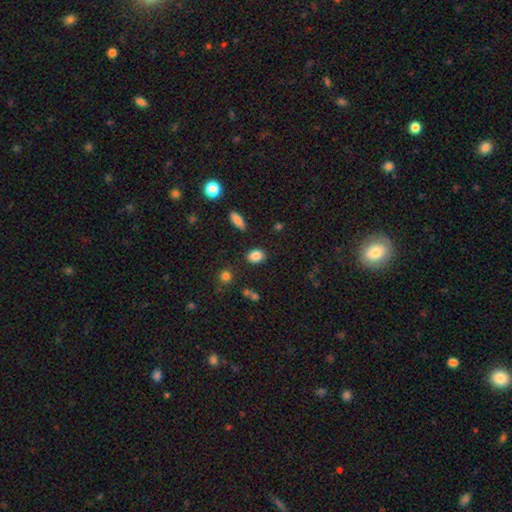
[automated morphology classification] This appears to be a smooth galaxy with no disk features (85%) that is in between round and cigar-shaped (59%). Merging: none (85%).